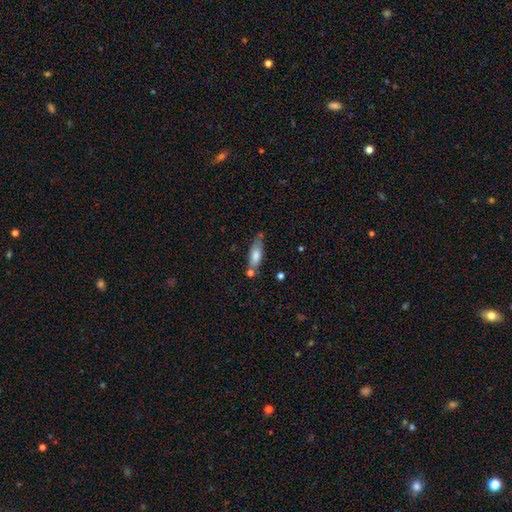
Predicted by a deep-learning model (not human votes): Q: Smooth or featured?
A: smooth (74%); runner-up: featured or disk (19%)
Q: How rounded?
A: in between (57%); runner-up: cigar-shaped (41%)
Q: Merging?
A: none (57%); runner-up: minor disturbance (21%)